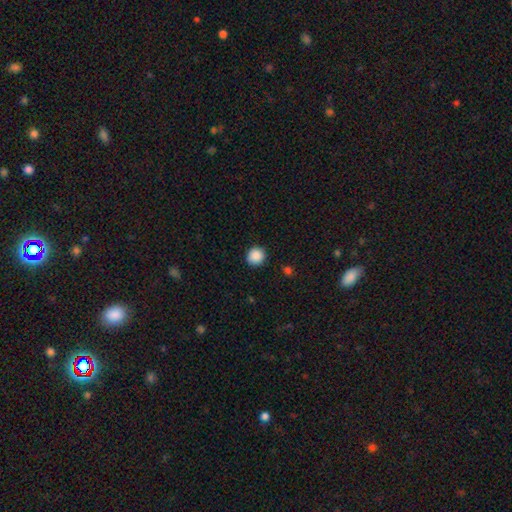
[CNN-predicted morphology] A smooth galaxy with no disk features (88%) that is round (93%).

Vote fractions:
- Smooth or featured? smooth: 88% / star or artifact: 9% / featured or disk: 3%
- How rounded? round: 93% / in between: 6% / cigar-shaped: 1%
- Merging? none: 90% / minor disturbance: 7% / major disturbance: 2% / merger: 1%